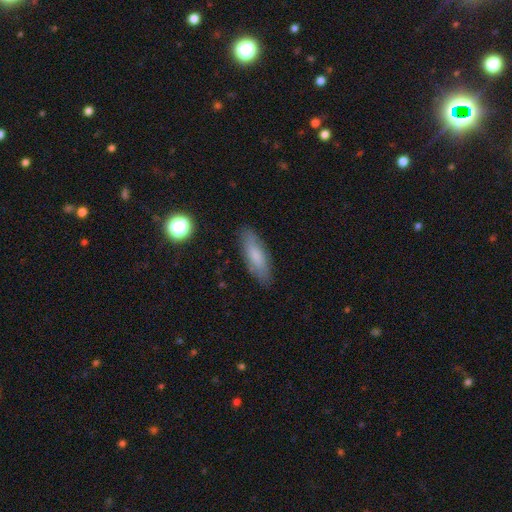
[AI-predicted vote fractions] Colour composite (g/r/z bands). It shows a smooth galaxy with no disk features (72%) that is in between round and cigar-shaped (54%). Merging: none (83%).